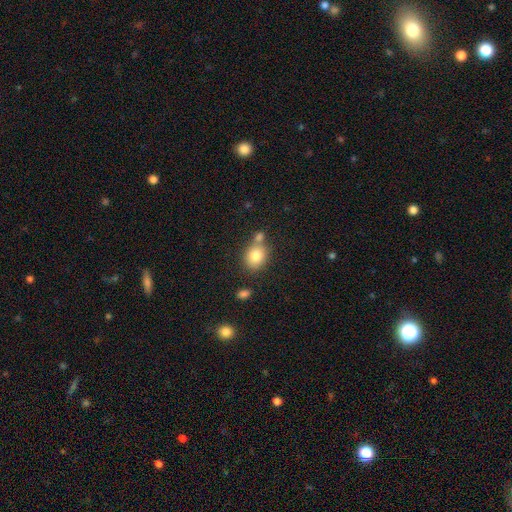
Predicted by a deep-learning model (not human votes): smooth 81%, featured or disk 10%, star or artifact 9%. Down the decision tree: how rounded — round (56%); merging — none (55%).